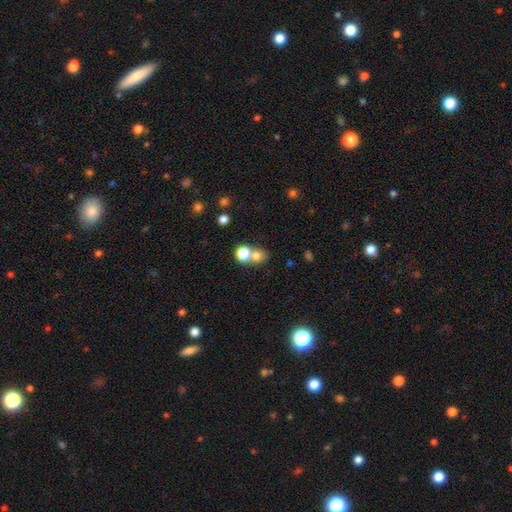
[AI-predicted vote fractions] Morphology: type=smooth (73%); roundness=round (73%); merging=merger (46%).